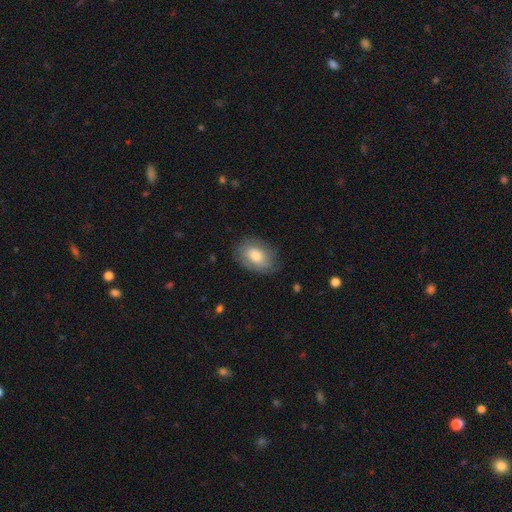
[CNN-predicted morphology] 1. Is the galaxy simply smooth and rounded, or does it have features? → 72% smooth, 21% featured or disk, 7% star or artifact.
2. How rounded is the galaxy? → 83% in between, 16% round, 1% cigar-shaped.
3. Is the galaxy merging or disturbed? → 75% none, 19% minor disturbance, 5% major disturbance, 1% merger.